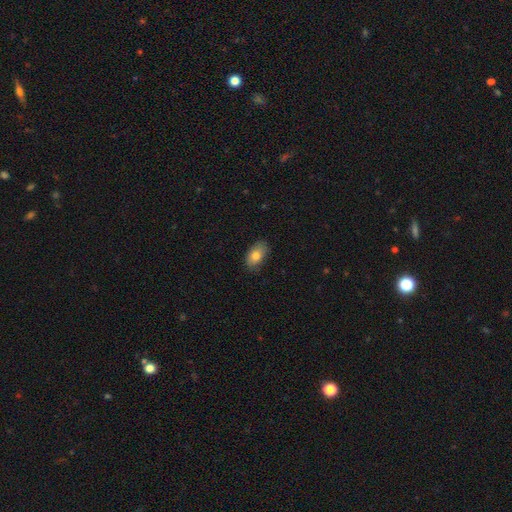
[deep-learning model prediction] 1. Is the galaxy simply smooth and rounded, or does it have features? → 80% smooth, 13% featured or disk, 8% star or artifact.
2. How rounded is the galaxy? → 91% in between, 6% round, 3% cigar-shaped.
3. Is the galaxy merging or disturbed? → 80% none, 16% minor disturbance, 3% major disturbance, 1% merger.